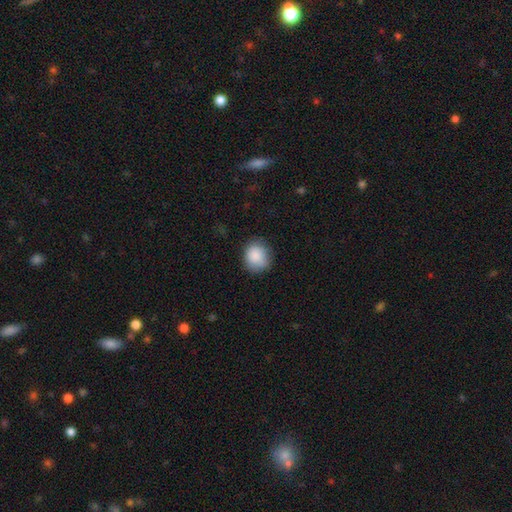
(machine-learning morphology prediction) Smooth or featured? Predicted: smooth (p=0.88). How rounded? Predicted: round (p=0.77). Merging? Predicted: none (p=0.78).